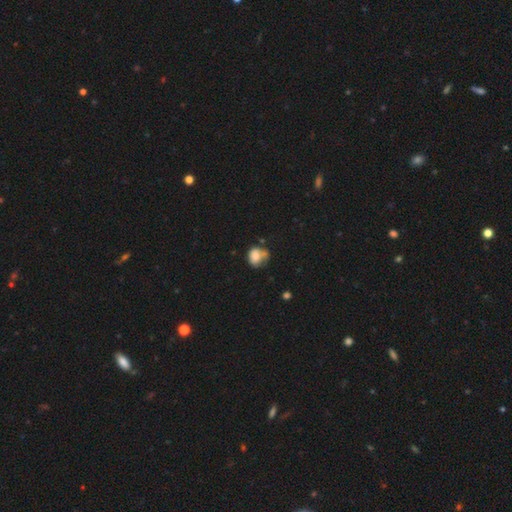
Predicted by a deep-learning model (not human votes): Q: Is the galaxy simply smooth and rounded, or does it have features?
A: smooth — 74%.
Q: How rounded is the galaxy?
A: round — 56%.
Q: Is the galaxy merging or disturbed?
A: none — 36%.